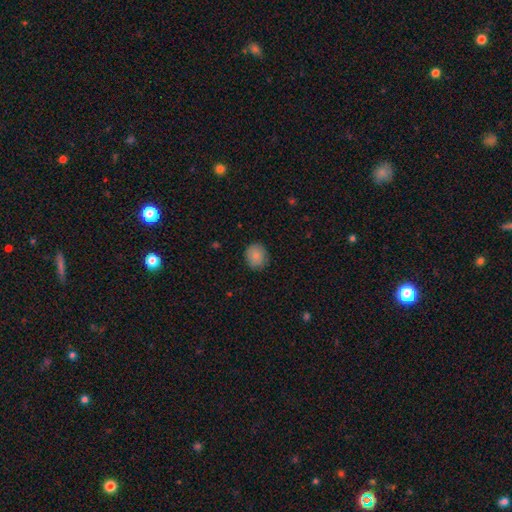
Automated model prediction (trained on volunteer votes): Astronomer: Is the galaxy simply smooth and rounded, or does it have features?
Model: smooth — 87%.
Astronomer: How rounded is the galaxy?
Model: round — 77%.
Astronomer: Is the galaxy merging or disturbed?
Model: none — 85%.